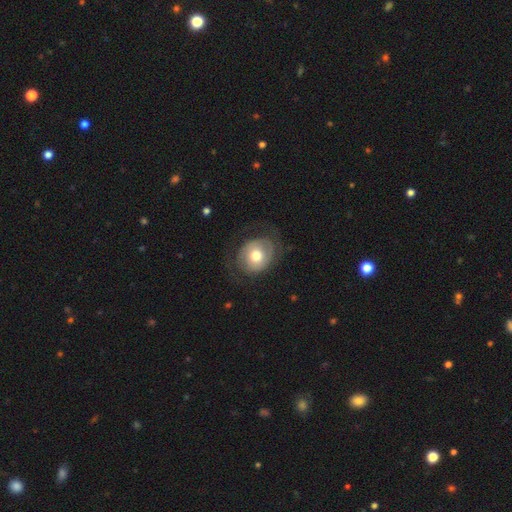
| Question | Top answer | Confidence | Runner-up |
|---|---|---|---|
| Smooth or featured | smooth | 63% | featured or disk (37%) |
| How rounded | round | 58% | in between (42%) |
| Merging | none | 50% | major disturbance (37%) |